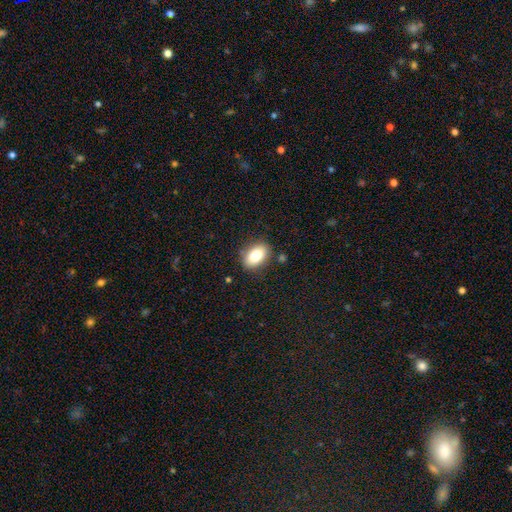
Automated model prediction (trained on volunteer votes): Q: Smooth or featured?
A: smooth (82%); runner-up: featured or disk (10%)
Q: How rounded?
A: in between (88%); runner-up: round (9%)
Q: Merging?
A: none (83%); runner-up: minor disturbance (11%)